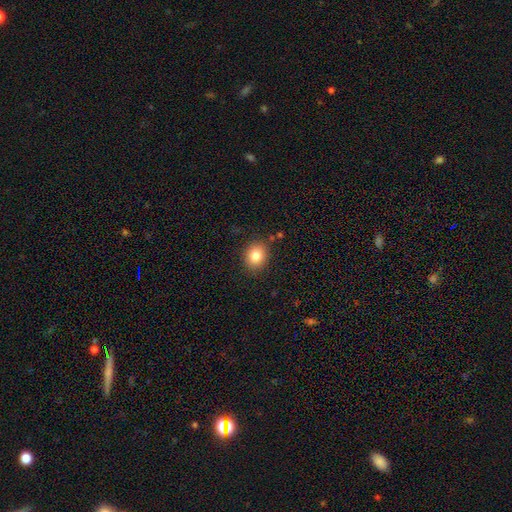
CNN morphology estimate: Overall: smooth (82%). How rounded: round (63%; in between 36%). Merging: none (86%).